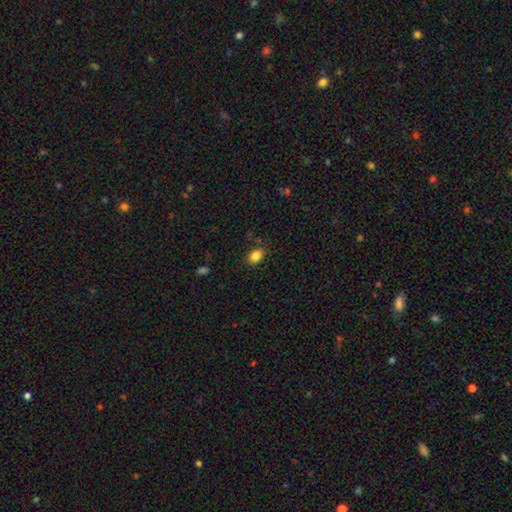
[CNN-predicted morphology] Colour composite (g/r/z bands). It shows a smooth galaxy with no disk features (85%) that is in between round and cigar-shaped (79%). Merging: none (85%).